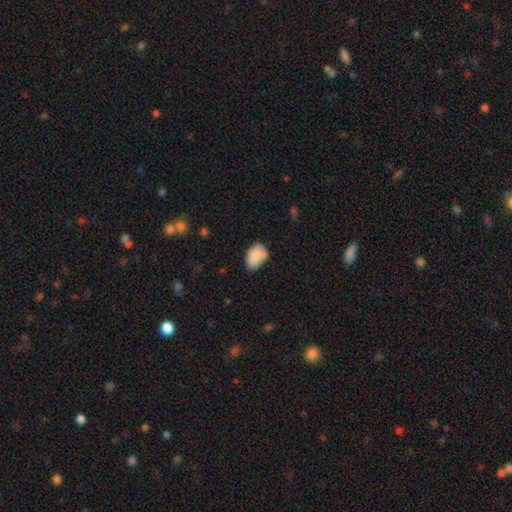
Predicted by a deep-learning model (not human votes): This appears to be a smooth galaxy with no disk features (85%) that is in between round and cigar-shaped (86%). Merging: none (62%).